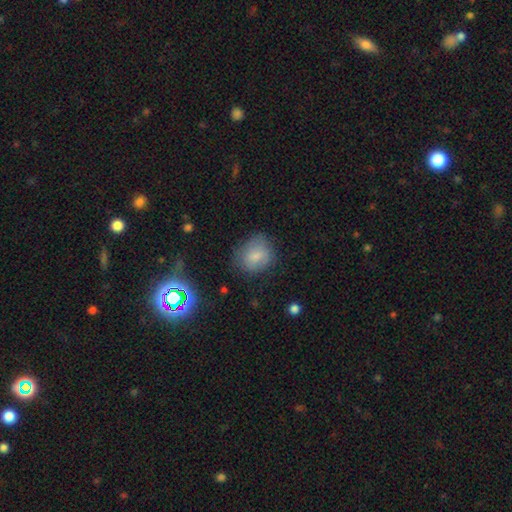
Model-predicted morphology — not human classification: Smooth or featured?
  - smooth: 72% *
  - featured or disk: 15%
  - star or artifact: 12%
How rounded?
  - round: 59% *
  - in between: 40%
  - cigar-shaped: 1%
Merging?
  - none: 65% *
  - minor disturbance: 24%
  - major disturbance: 9%
  - merger: 2%